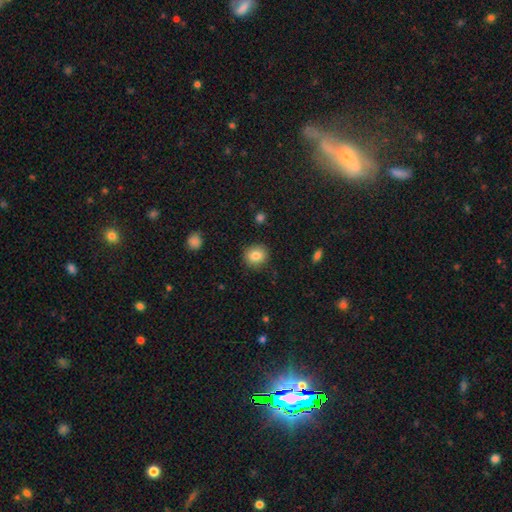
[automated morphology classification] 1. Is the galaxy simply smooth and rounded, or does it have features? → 84% smooth, 9% star or artifact, 7% featured or disk.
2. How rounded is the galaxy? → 82% round, 17% in between, 1% cigar-shaped.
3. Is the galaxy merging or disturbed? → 87% none, 9% minor disturbance, 2% major disturbance, 1% merger.